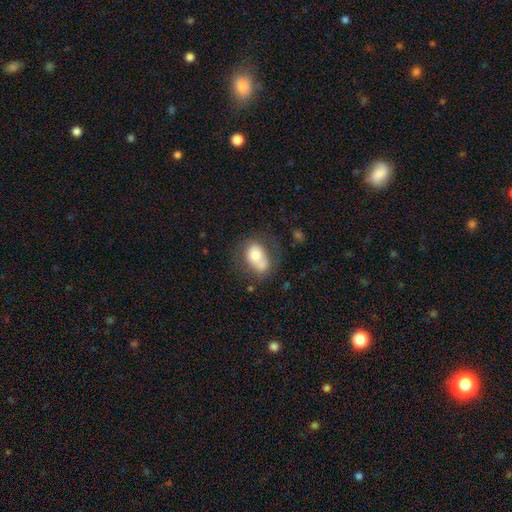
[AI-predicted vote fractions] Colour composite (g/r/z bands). It shows a smooth galaxy with no disk features (66%) that is in between round and cigar-shaped (78%). Merging: none (43%).